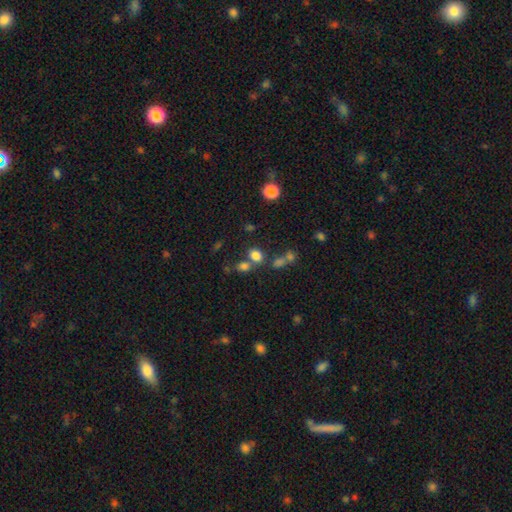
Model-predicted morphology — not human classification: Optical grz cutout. It shows a smooth galaxy with no disk features (77%) that is in between round and cigar-shaped (65%). Merging: none (56%).